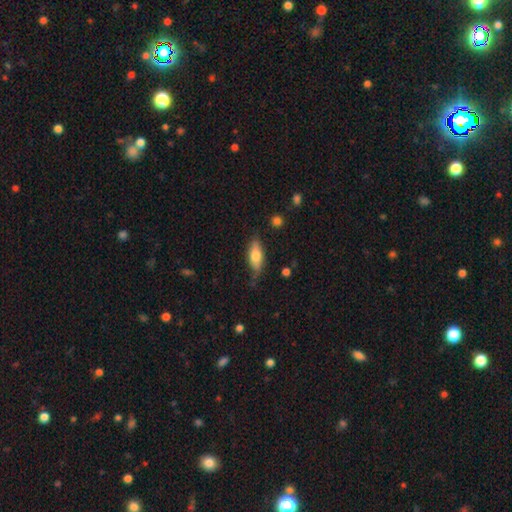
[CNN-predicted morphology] smooth-or-featured: smooth: 70% | featured or disk: 24% | star or artifact: 6%
  how-rounded: in between: 72% | cigar-shaped: 25% | round: 3%
  merging: none: 66% | minor disturbance: 26% | major disturbance: 5% | merger: 2%